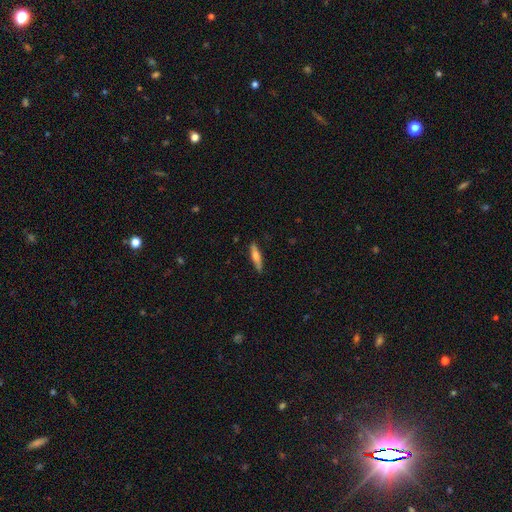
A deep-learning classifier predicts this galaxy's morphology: A smooth galaxy with no disk features (60%) that is cigar-shaped (81%).

Vote fractions:
- Smooth or featured? smooth: 60% / featured or disk: 34% / star or artifact: 6%
- How rounded? cigar-shaped: 81% / in between: 17% / round: 2%
- Merging? none: 87% / minor disturbance: 10% / major disturbance: 2% / merger: 1%